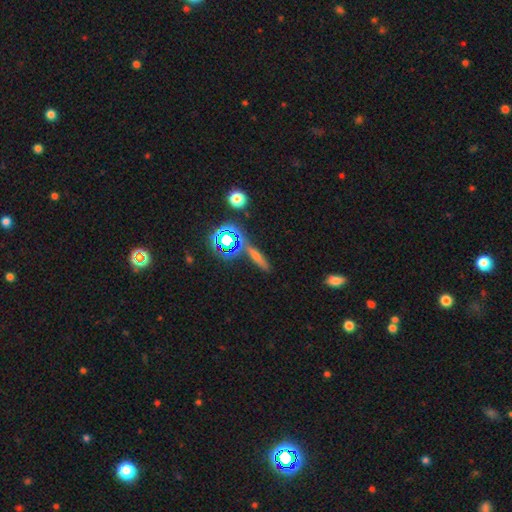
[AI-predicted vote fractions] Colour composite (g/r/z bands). It shows a smooth galaxy with no disk features (44%). Merging: none (75%).